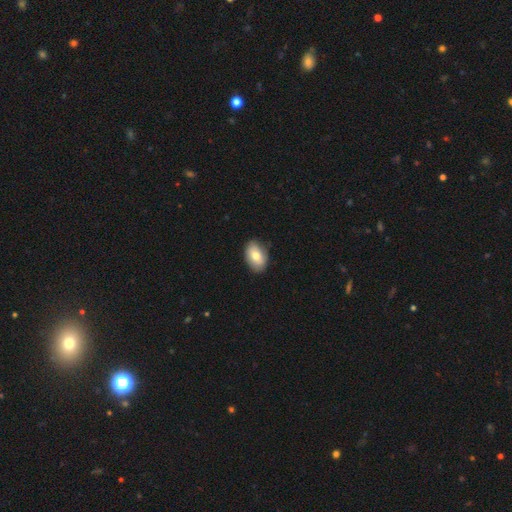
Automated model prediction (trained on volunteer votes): A smooth galaxy with no disk features (74%) that is in between round and cigar-shaped (89%).

Vote fractions:
- Smooth or featured? smooth: 74% / featured or disk: 19% / star or artifact: 7%
- How rounded? in between: 89% / round: 10% / cigar-shaped: 1%
- Merging? none: 84% / minor disturbance: 13% / major disturbance: 2% / merger: 1%